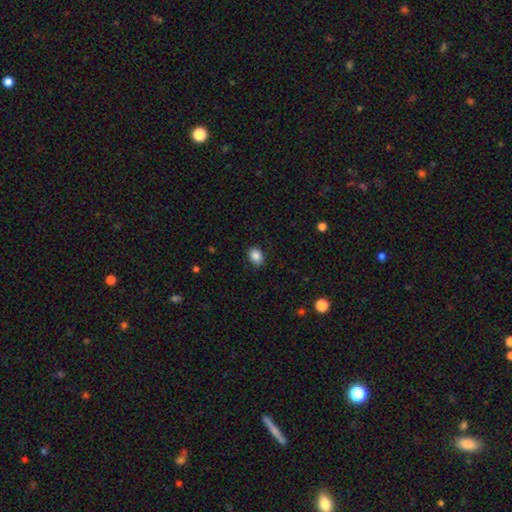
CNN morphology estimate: A smooth galaxy with no disk features (88%) that is in between round and cigar-shaped (63%). Merging: none (88%).